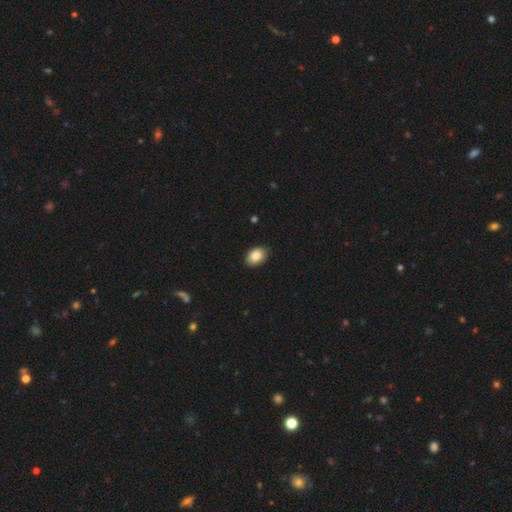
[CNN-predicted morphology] A smooth galaxy with no disk features (86%) that is in between round and cigar-shaped (84%).

Vote fractions:
- Smooth or featured? smooth: 86% / star or artifact: 7% / featured or disk: 7%
- How rounded? in between: 84% / round: 15% / cigar-shaped: 1%
- Merging? none: 89% / minor disturbance: 9% / major disturbance: 2% / merger: 1%